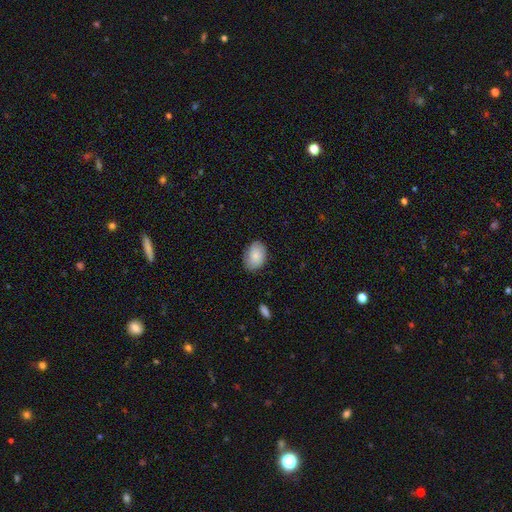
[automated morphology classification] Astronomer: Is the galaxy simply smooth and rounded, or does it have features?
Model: smooth — 82%.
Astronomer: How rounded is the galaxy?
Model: in between — 81%.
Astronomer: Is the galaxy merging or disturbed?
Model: none — 79%.